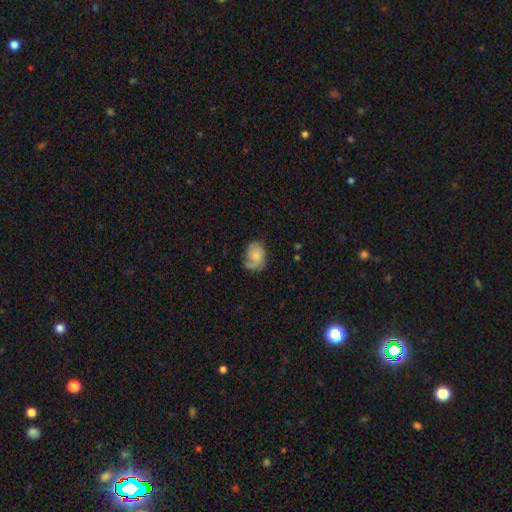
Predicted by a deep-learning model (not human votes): Smooth or featured: featured or disk — 48% (smooth — 45%)
Merging: none — 57% (minor disturbance — 27%)